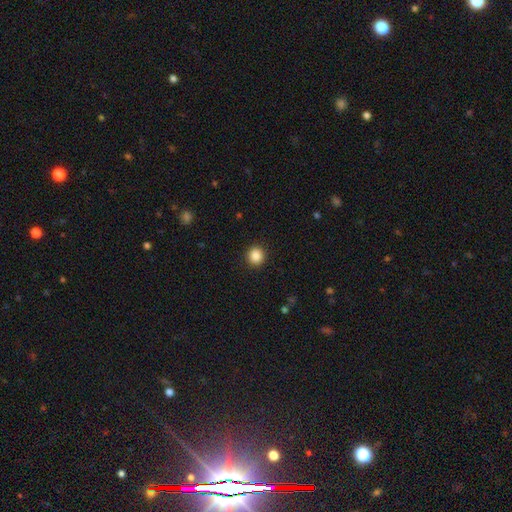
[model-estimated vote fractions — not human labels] A smooth galaxy with no disk features (87%) that is round (89%).

Vote fractions:
- Smooth or featured? smooth: 87% / star or artifact: 10% / featured or disk: 3%
- How rounded? round: 89% / in between: 10% / cigar-shaped: 1%
- Merging? none: 91% / minor disturbance: 6% / major disturbance: 2% / merger: 1%